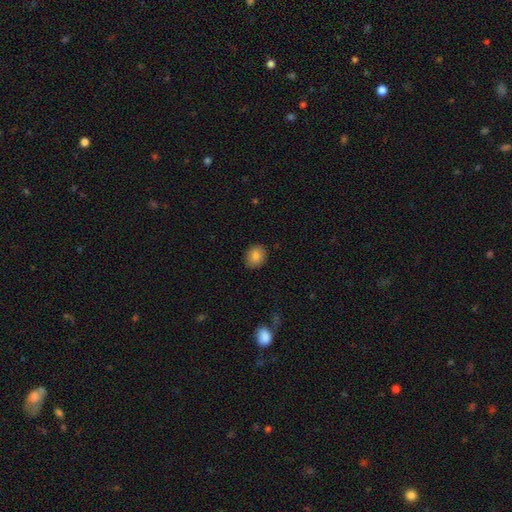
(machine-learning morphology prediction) A smooth galaxy with no disk features (84%) that is round (57%). Merging: none (88%).